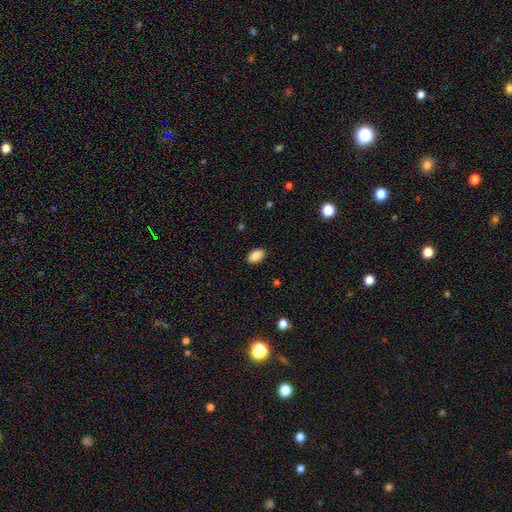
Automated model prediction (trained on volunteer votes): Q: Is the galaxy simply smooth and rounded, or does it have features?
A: smooth — 88%.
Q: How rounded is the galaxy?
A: in between — 92%.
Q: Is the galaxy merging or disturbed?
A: none — 88%.